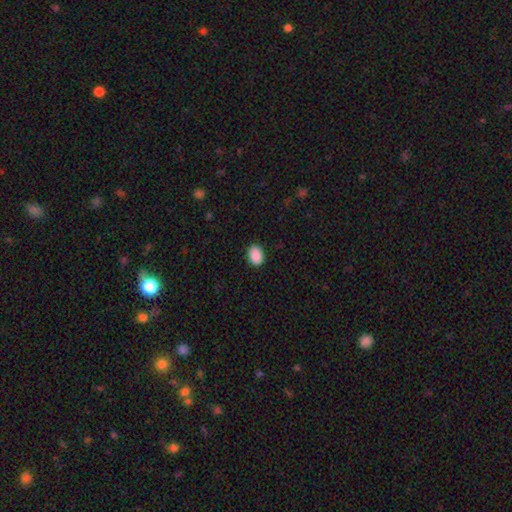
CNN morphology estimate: A smooth galaxy with no disk features (90%) that is in between round and cigar-shaped (81%).

Vote fractions:
- Smooth or featured? smooth: 90% / star or artifact: 8% / featured or disk: 2%
- How rounded? in between: 81% / round: 18% / cigar-shaped: 1%
- Merging? none: 88% / minor disturbance: 9% / major disturbance: 2% / merger: 1%